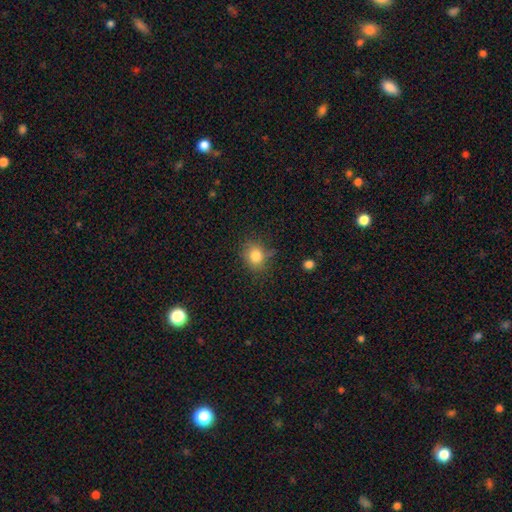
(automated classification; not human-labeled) Smooth or featured?
  - smooth: 81% *
  - star or artifact: 11%
  - featured or disk: 7%
How rounded?
  - round: 70% *
  - in between: 29%
  - cigar-shaped: 1%
Merging?
  - none: 73% *
  - minor disturbance: 19%
  - major disturbance: 5%
  - merger: 3%